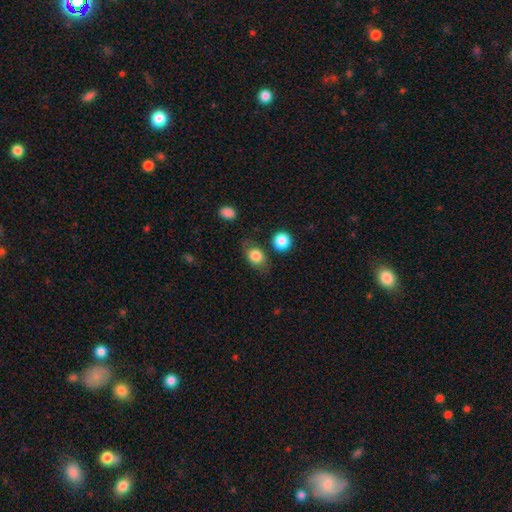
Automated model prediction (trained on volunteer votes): Smooth or featured? Predicted: smooth (p=0.81). How rounded? Predicted: in between (p=0.61). Merging? Predicted: none (p=0.71).